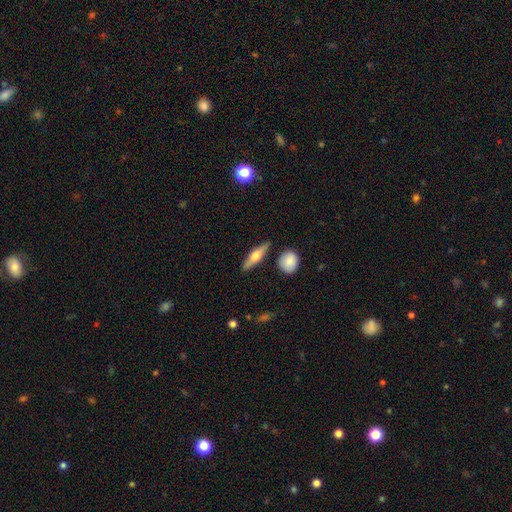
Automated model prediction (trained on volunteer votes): The model was most divided on "smooth or featured": featured or disk: 53%, smooth: 41%, star or artifact: 6%. More confident: edge-on disk — yes (93%); merging — none (84%).